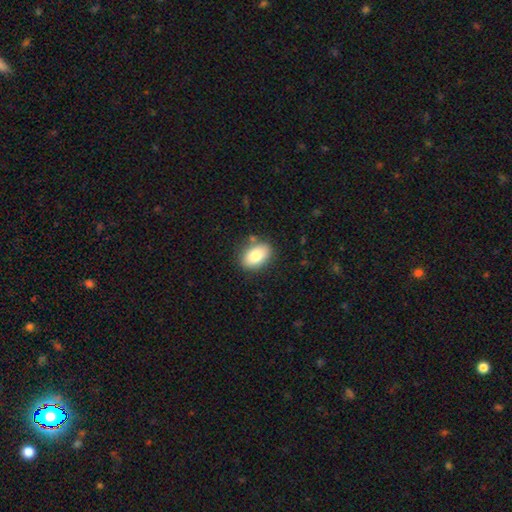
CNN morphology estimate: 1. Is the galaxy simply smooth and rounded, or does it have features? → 81% smooth, 12% featured or disk, 7% star or artifact.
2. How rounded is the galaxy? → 87% in between, 11% round, 1% cigar-shaped.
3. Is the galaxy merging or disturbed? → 83% none, 11% minor disturbance, 3% merger, 3% major disturbance.